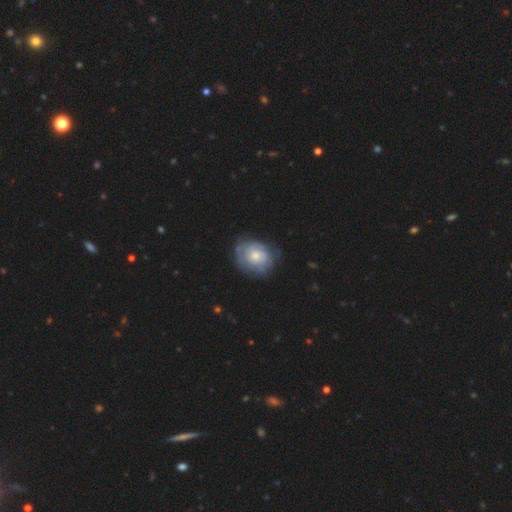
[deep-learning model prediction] Morphology: type=featured or disk (51%); edge-on=no (97%); merging=none (67%).